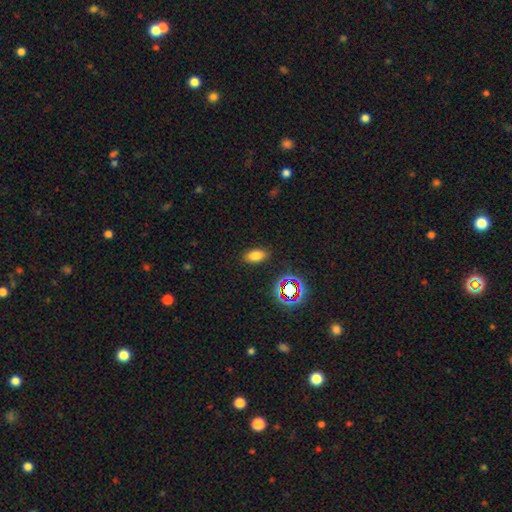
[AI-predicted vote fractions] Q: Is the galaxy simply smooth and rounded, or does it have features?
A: smooth — 75%.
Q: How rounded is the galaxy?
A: in between — 88%.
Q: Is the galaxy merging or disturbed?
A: none — 87%.